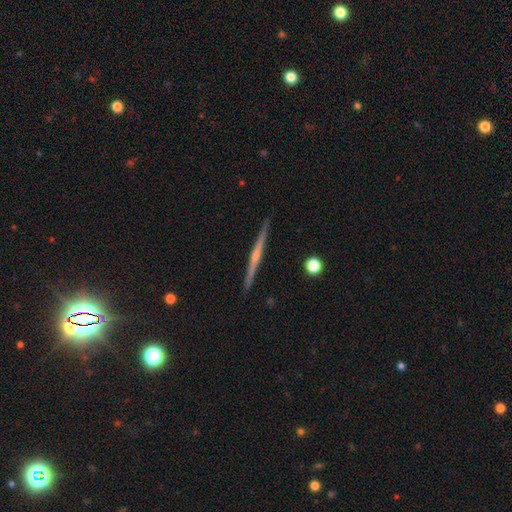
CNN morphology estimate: smooth-or-featured: featured or disk: 69% | smooth: 18% | star or artifact: 13%
  disk-edge-on: yes: 97% | no: 3%
    edge-on-bulge: rounded: 66% | none: 25% | boxy: 9%
  merging: none: 89% | minor disturbance: 7% | major disturbance: 2% | merger: 2%